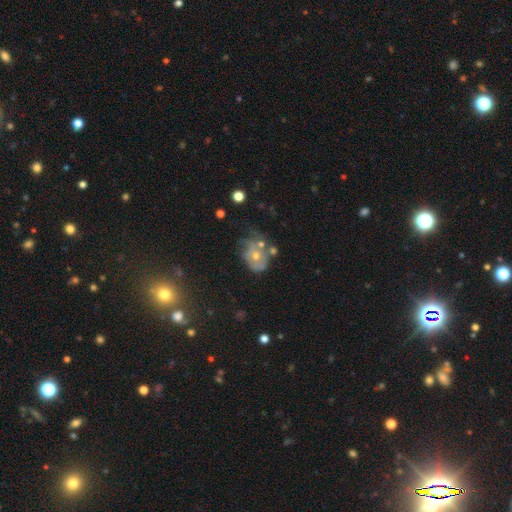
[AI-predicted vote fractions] This is possibly a featured or disk galaxy (57%). It is clearly not viewed edge-on (96%). Bar: clearly no (83%). Spiral arm pattern: likely yes (64%). Central bulge: possibly moderate (52%). Merging: marginally none (37%).